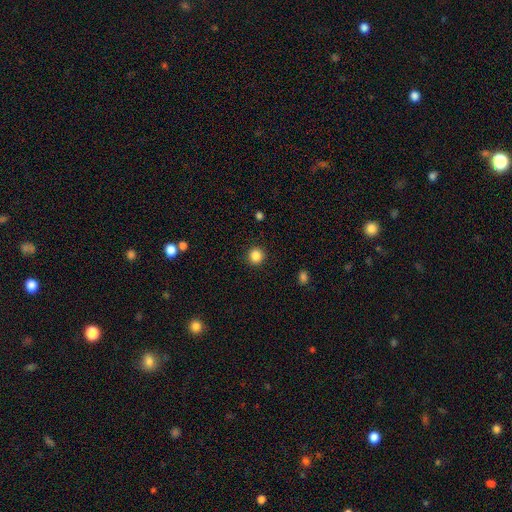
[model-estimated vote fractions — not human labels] smooth_or_featured: smooth (p=0.86) [alt: star or artifact p=0.11]
how_rounded: round (p=0.93) [alt: in between p=0.06]
merging: none (p=0.92) [alt: minor disturbance p=0.05]